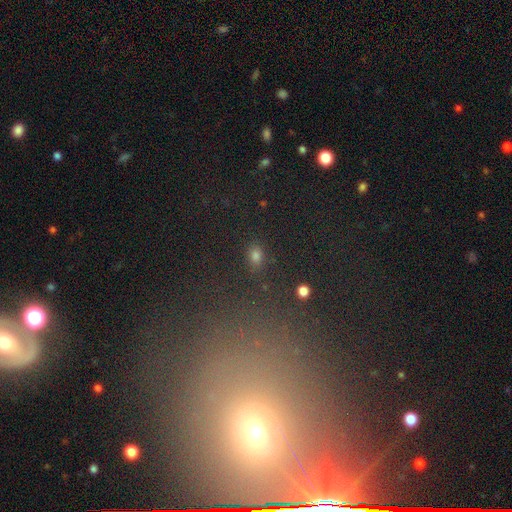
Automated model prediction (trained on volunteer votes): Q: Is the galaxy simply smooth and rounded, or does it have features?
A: smooth — 72%.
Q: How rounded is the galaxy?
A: in between — 69%.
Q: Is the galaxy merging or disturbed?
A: none — 84%.